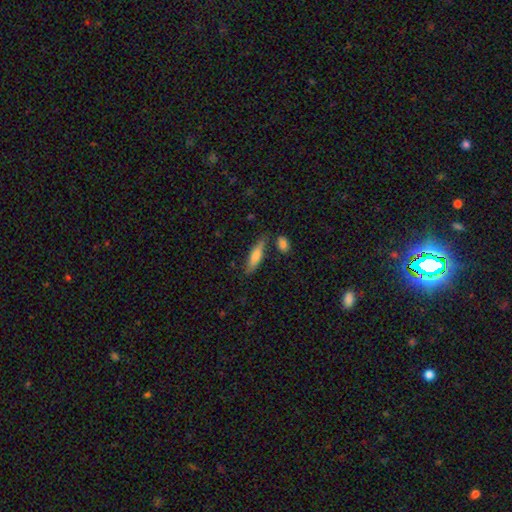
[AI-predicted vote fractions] This is likely a smooth galaxy (70%). How rounded: likely cigar-shaped (68%). Merging: likely none (76%).